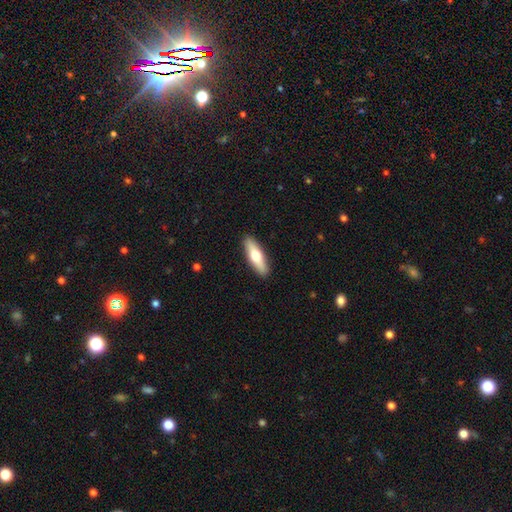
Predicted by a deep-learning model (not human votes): Smooth or featured? smooth (60%)
How rounded? cigar-shaped (60%)
Merging? none (91%)